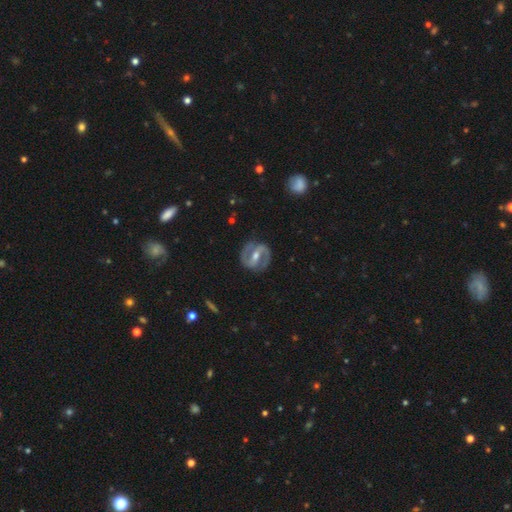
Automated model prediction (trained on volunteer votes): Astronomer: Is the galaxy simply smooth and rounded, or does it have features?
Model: featured or disk — 85%.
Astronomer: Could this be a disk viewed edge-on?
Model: no — 96%.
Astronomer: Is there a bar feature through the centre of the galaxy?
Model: strong — 58%.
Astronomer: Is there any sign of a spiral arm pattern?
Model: yes — 89%.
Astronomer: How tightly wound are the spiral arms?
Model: medium — 50% (runner-up: tight, 35%).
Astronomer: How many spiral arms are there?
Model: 2 — 91%.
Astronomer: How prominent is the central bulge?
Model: moderate — 66%.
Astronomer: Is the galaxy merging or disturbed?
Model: none — 85%.